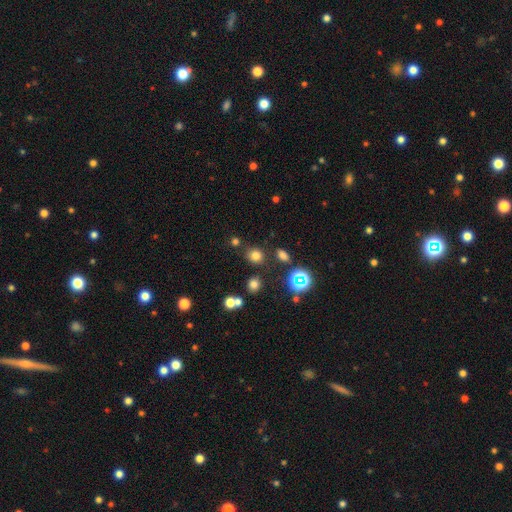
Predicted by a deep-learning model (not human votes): Smooth or featured? Predicted: smooth (p=0.73). How rounded? Predicted: round (p=0.79). Merging? Predicted: none (p=0.81).